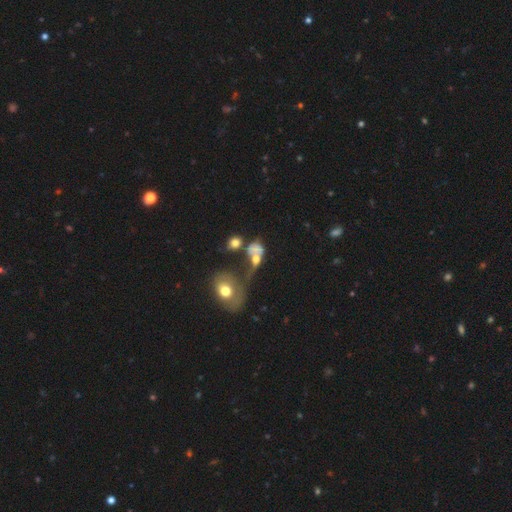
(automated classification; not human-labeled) The model was most divided on "smooth or featured": smooth: 51%, featured or disk: 35%, star or artifact: 14%. Remaining: how rounded — in between (62%); merging — merger (50%).